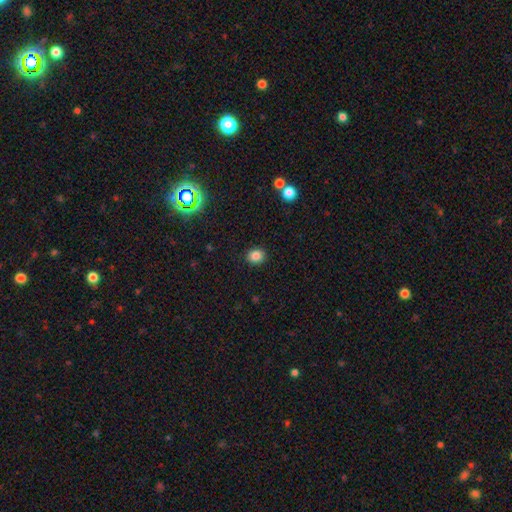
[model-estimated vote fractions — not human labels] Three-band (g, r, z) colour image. It shows a smooth galaxy with no disk features (84%) that is round (76%). Merging: none (91%).